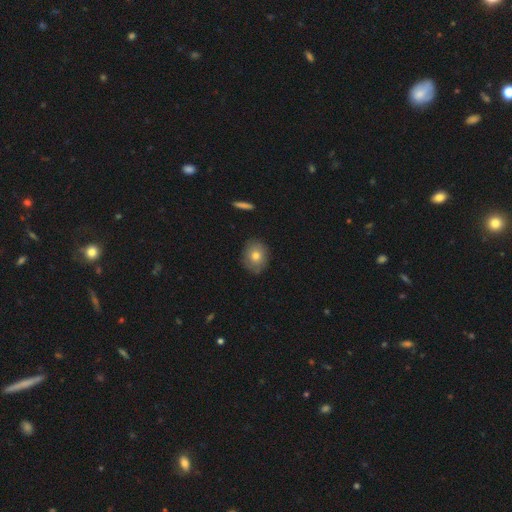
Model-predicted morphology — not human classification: This is likely a smooth galaxy (75%). How rounded: possibly round (60%). Merging: clearly none (84%).